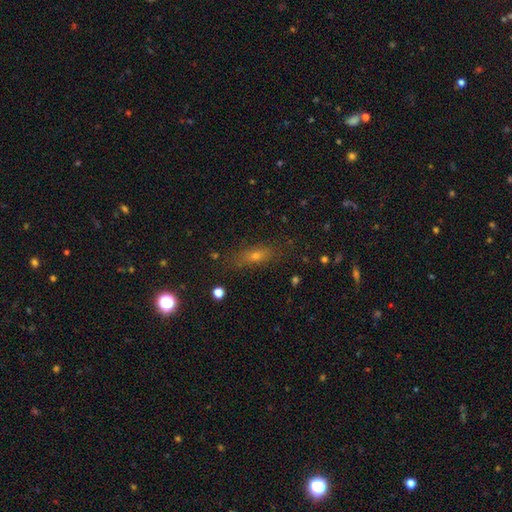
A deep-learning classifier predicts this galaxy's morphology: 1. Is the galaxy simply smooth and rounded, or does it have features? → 55% smooth, 25% featured or disk, 21% star or artifact.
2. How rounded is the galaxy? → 46% in between, 45% cigar-shaped, 9% round.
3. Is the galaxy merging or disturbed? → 79% none, 14% minor disturbance, 5% major disturbance, 2% merger.